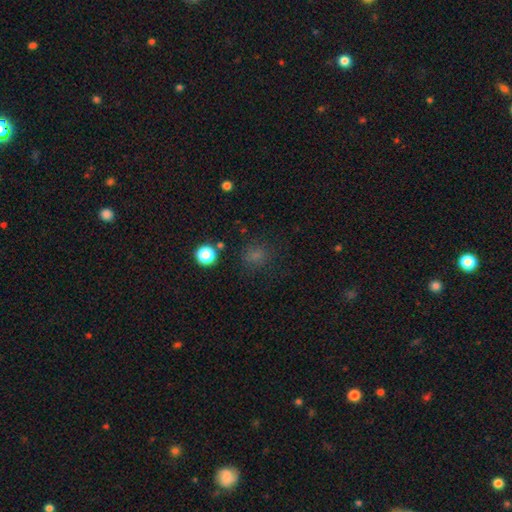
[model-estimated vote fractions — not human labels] Q: Smooth or featured?
A: smooth (70%); runner-up: star or artifact (25%)
Q: How rounded?
A: round (76%); runner-up: in between (23%)
Q: Merging?
A: none (80%); runner-up: minor disturbance (12%)